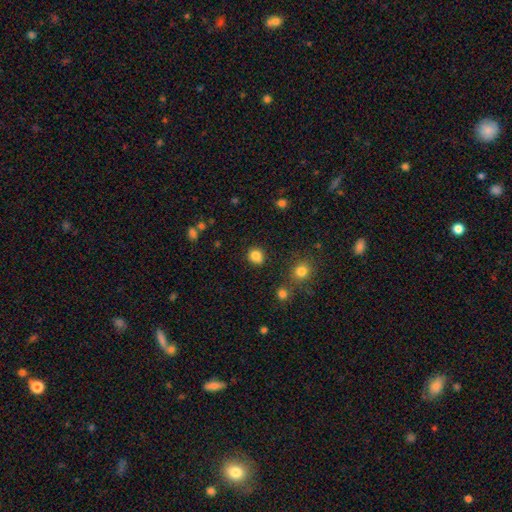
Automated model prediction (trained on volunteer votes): smooth 84%, star or artifact 11%, featured or disk 5%. Down the decision tree: how rounded — round (80%); merging — none (85%).